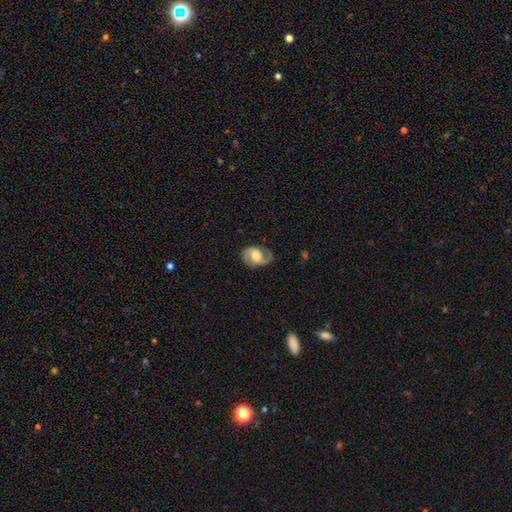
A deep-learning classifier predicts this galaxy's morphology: Overall: featured or disk (81%). Edge-on disk: no (98%). Bar: weak (45%; no 43%). Spiral arms: yes (95%). Spiral arm count: 2 (89%). Spiral winding: medium (52%; loose 25%). Bulge size: moderate (56%; large 24%). Merging: none (75%).